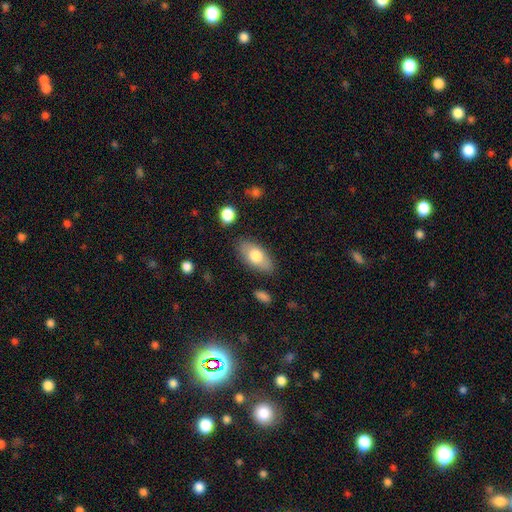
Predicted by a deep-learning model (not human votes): A smooth galaxy with no disk features (73%) that is in between round and cigar-shaped (90%).

Vote fractions:
- Smooth or featured? smooth: 73% / featured or disk: 21% / star or artifact: 6%
- How rounded? in between: 90% / cigar-shaped: 6% / round: 4%
- Merging? none: 83% / minor disturbance: 12% / major disturbance: 3% / merger: 2%